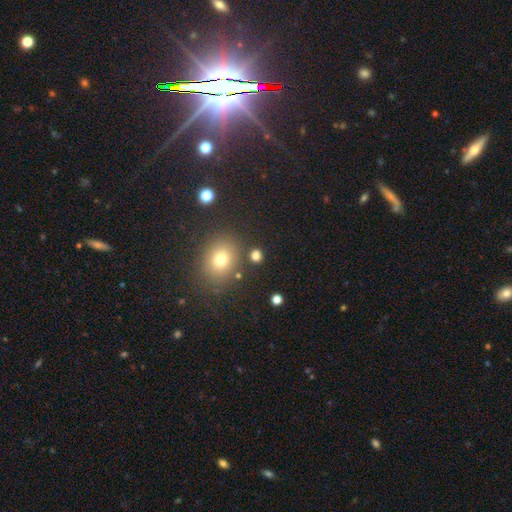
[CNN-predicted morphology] Smooth or featured?
  - smooth: 77% *
  - star or artifact: 17%
  - featured or disk: 6%
How rounded?
  - round: 74% *
  - in between: 25%
  - cigar-shaped: 2%
Merging?
  - none: 81% *
  - minor disturbance: 9%
  - merger: 7%
  - major disturbance: 4%